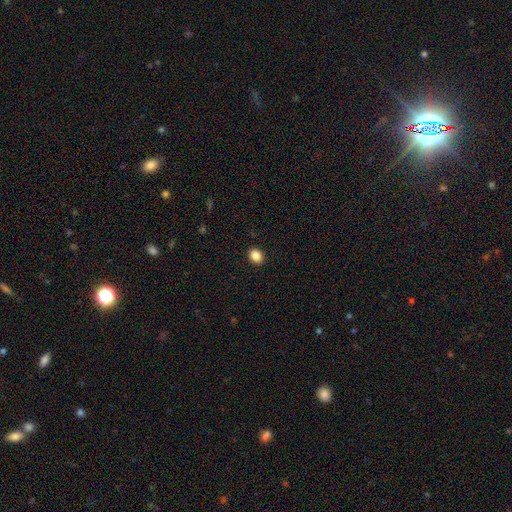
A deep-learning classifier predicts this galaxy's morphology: smooth_or_featured: smooth (p=0.87) [alt: star or artifact p=0.09]
how_rounded: in between (p=0.51) [alt: round p=0.48]
merging: none (p=0.91) [alt: minor disturbance p=0.06]